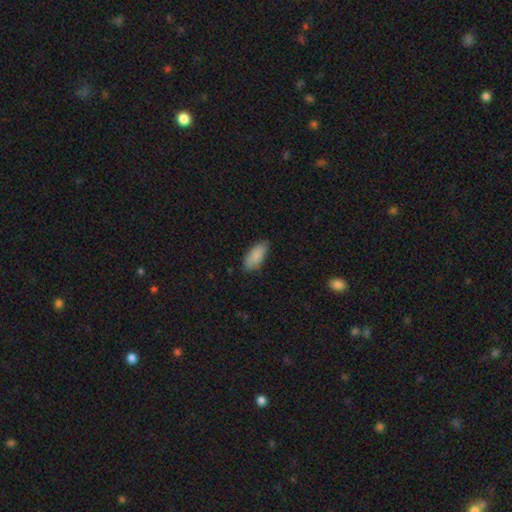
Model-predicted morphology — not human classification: A smooth galaxy with no disk features (86%) that is in between round and cigar-shaped (88%).

Vote fractions:
- Smooth or featured? smooth: 86% / featured or disk: 8% / star or artifact: 6%
- How rounded? in between: 88% / cigar-shaped: 10% / round: 2%
- Merging? none: 80% / minor disturbance: 17% / major disturbance: 3% / merger: 1%